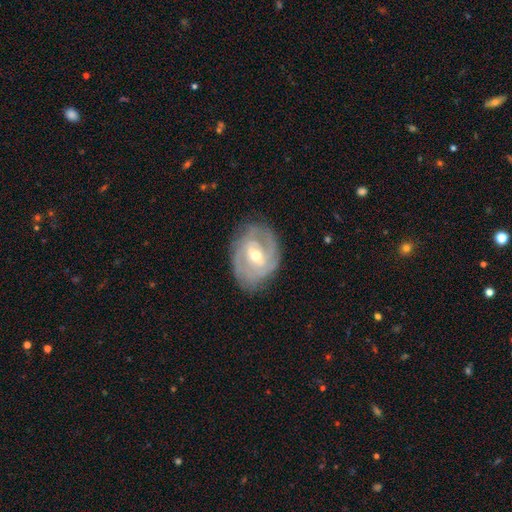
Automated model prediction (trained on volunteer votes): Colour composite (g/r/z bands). It shows a featured or disk galaxy (83%) with a weak bar (49%), 2 (43%) tight (59%) spiral arms (91%) and a moderate central bulge (54%). Merging: none (75%).